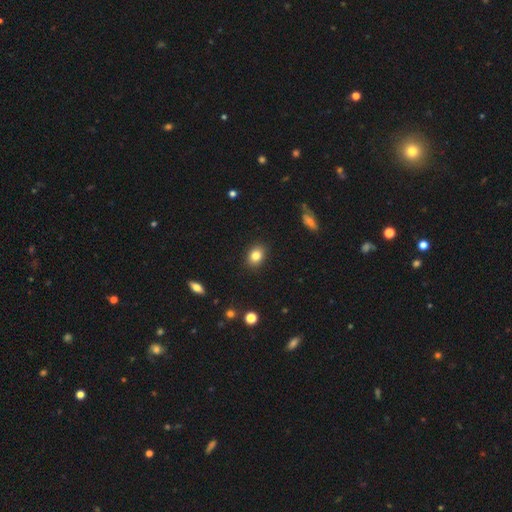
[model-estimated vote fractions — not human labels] Morphology: type=smooth (83%); roundness=in between (62%); merging=none (89%).